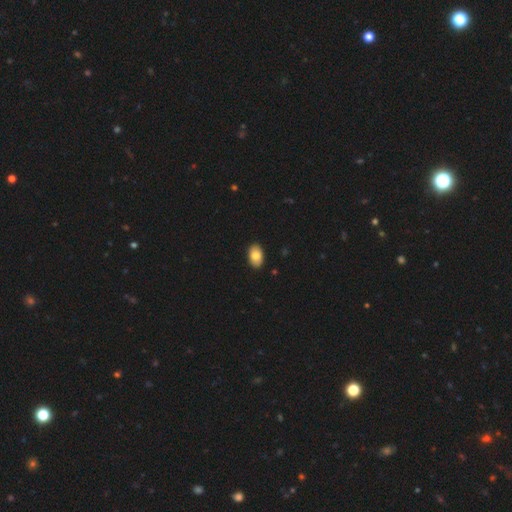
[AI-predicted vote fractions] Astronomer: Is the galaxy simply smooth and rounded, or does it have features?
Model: smooth — 84%.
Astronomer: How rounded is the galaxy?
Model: in between — 93%.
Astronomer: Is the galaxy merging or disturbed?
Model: none — 91%.